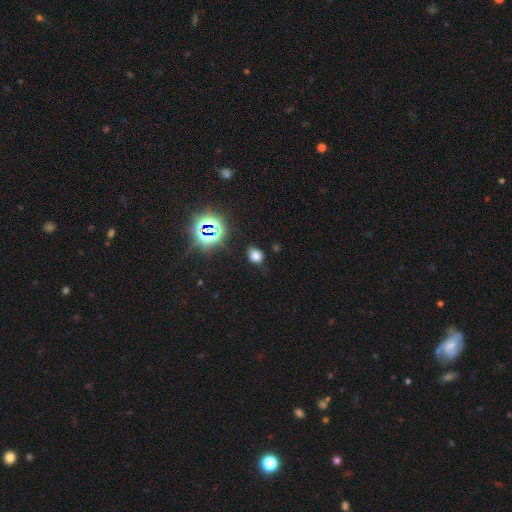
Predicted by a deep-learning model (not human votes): Smooth or featured: smooth — 69% (star or artifact — 24%)
How rounded: in between — 56% (round — 43%)
Merging: none — 74% (minor disturbance — 19%)